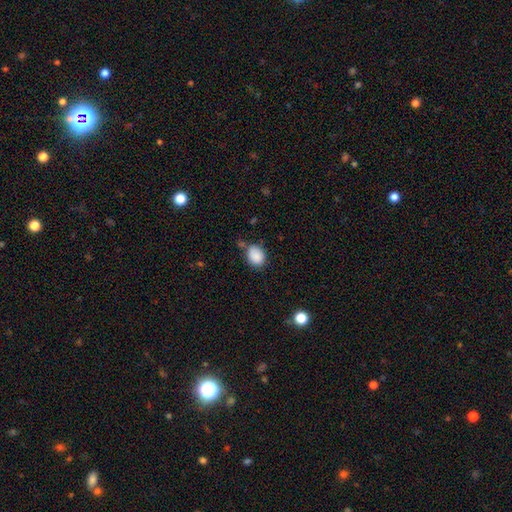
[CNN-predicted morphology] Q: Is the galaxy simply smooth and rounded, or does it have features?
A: smooth — 88%.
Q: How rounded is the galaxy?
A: in between — 58%.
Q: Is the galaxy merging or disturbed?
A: none — 67%.